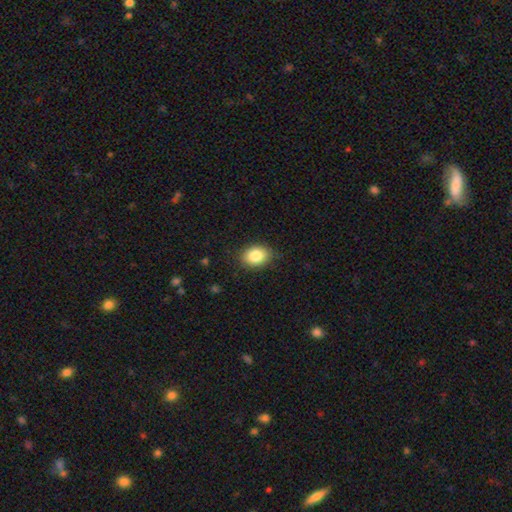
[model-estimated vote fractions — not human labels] Smooth or featured: smooth — 85% (star or artifact — 8%)
How rounded: in between — 72% (round — 27%)
Merging: none — 83% (minor disturbance — 14%)